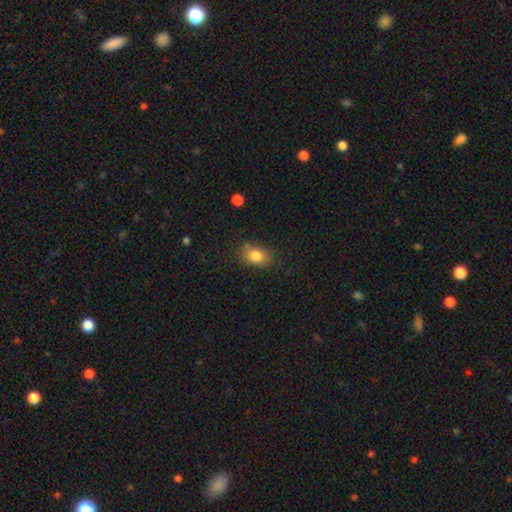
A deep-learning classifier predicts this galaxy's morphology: This is clearly a smooth galaxy (83%). How rounded: likely in between (71%). Merging: likely none (74%).